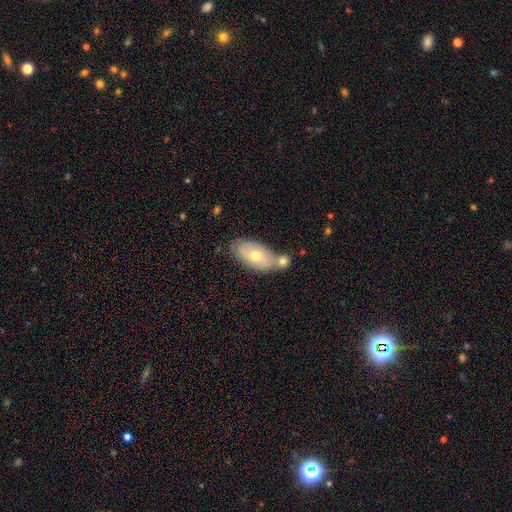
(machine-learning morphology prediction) Overall: smooth (59%; featured or disk 35%). How rounded: in between (90%). Merging: none (47%; merger 32%).